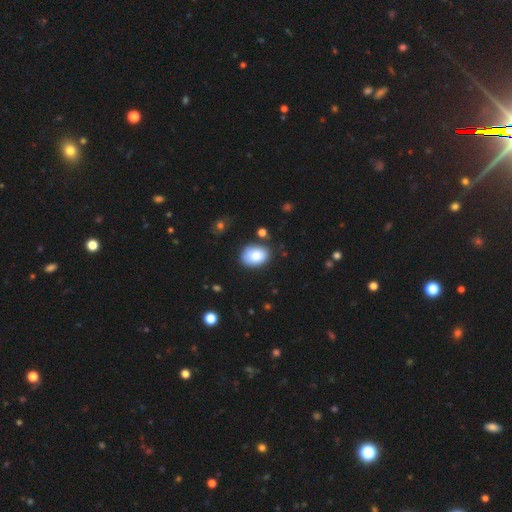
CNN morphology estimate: A smooth galaxy with no disk features (85%) that is in between round and cigar-shaped (73%). Merging: none (77%).